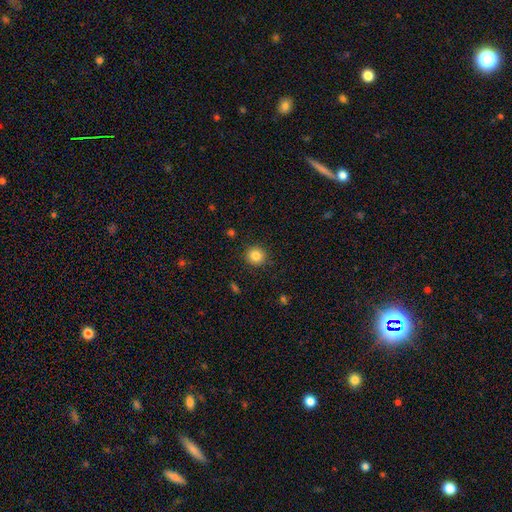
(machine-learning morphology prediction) The model was most divided on "smooth or featured": smooth: 83%, star or artifact: 11%, featured or disk: 6%. More confident: how rounded — round (92%); merging — none (90%).